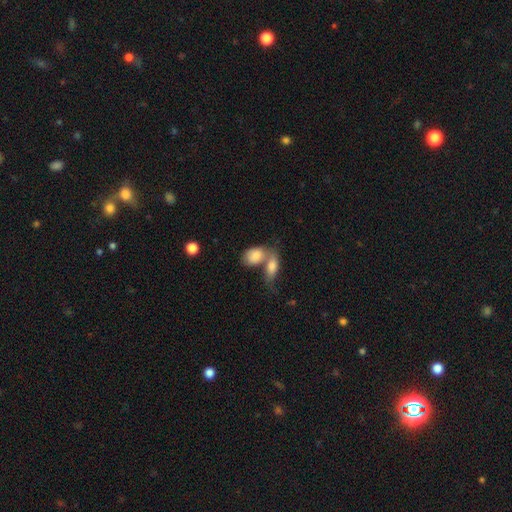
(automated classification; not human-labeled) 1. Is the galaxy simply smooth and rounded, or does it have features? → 82% smooth, 12% featured or disk, 6% star or artifact.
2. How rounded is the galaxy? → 83% in between, 14% round, 3% cigar-shaped.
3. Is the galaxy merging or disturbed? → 61% merger, 25% none, 9% minor disturbance, 5% major disturbance.